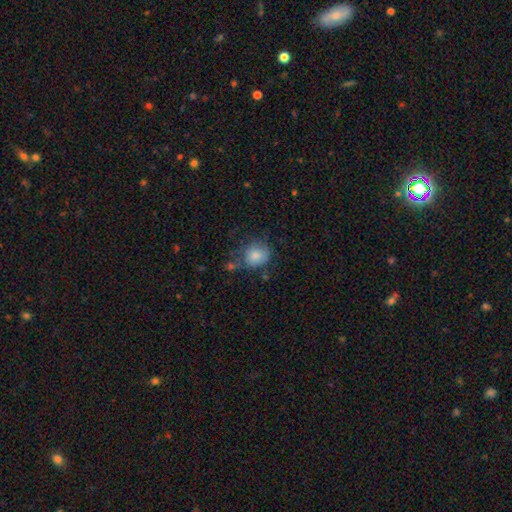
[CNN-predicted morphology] smooth_or_featured: smooth (p=0.82) [alt: featured or disk p=0.09]
how_rounded: round (p=0.70) [alt: in between p=0.29]
merging: none (p=0.55) [alt: minor disturbance p=0.25]